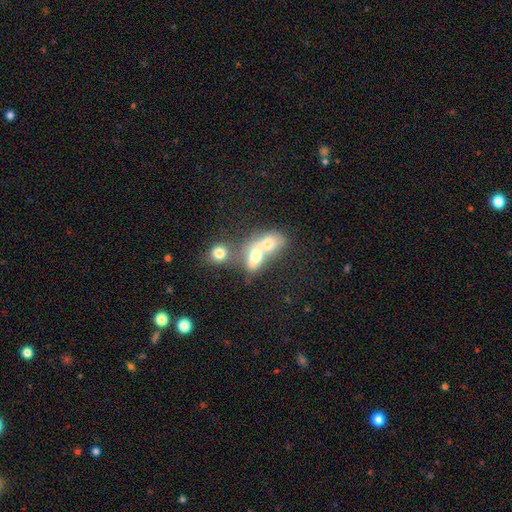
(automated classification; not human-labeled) Q: Smooth or featured?
A: smooth (66%); runner-up: featured or disk (22%)
Q: How rounded?
A: in between (62%); runner-up: round (34%)
Q: Merging?
A: merger (73%); runner-up: none (16%)